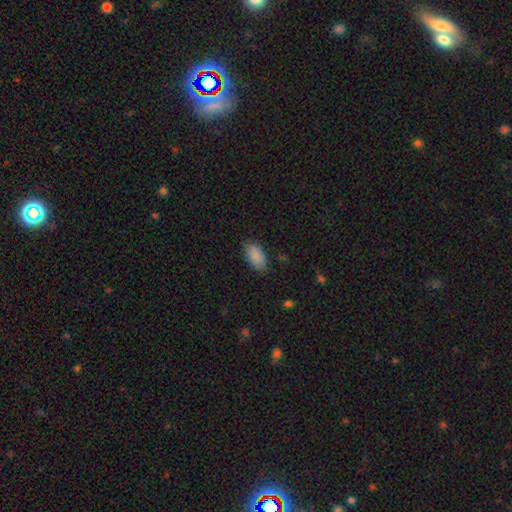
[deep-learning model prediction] smooth-or-featured: smooth: 88% | star or artifact: 7% | featured or disk: 6%
  how-rounded: in between: 94% | cigar-shaped: 3% | round: 3%
  merging: none: 82% | minor disturbance: 14% | major disturbance: 3% | merger: 1%